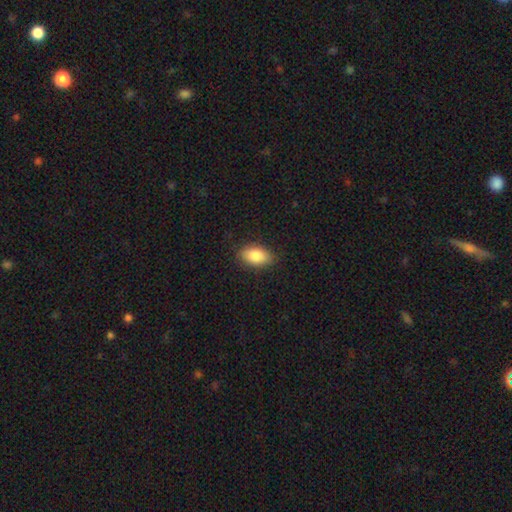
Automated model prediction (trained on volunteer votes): smooth-or-featured: smooth: 86% | featured or disk: 8% | star or artifact: 7%
  how-rounded: in between: 92% | round: 5% | cigar-shaped: 3%
  merging: none: 86% | minor disturbance: 11% | major disturbance: 2% | merger: 1%